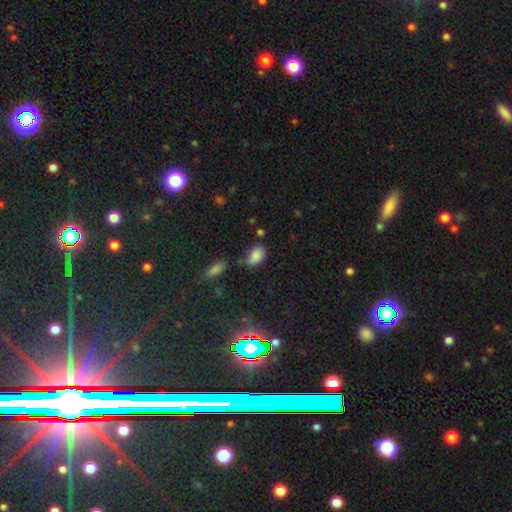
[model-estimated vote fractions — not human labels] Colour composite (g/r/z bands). It shows a smooth galaxy with no disk features (82%) that is in between round and cigar-shaped (88%). Merging: none (45%).